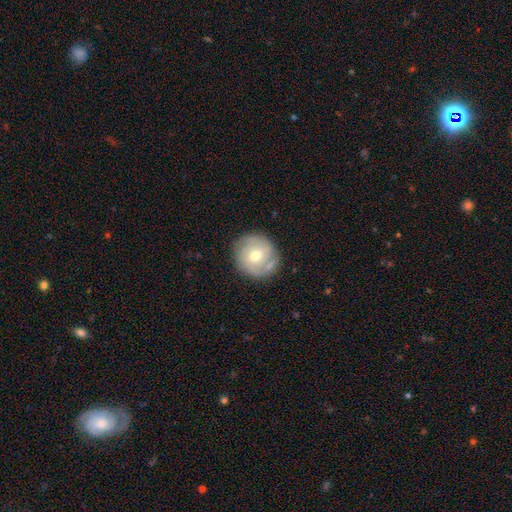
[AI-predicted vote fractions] A featured or disk galaxy (61%) with no bar (63%), spiral arms (82%) and a moderate central bulge (63%). Merging: none (78%).